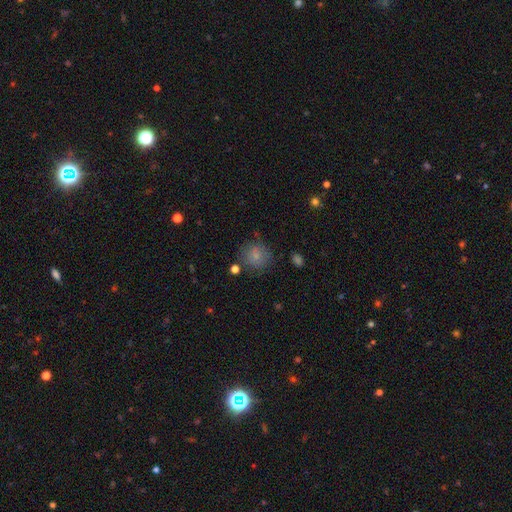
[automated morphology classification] Overall: smooth (77%). How rounded: round (86%). Merging: none (73%).